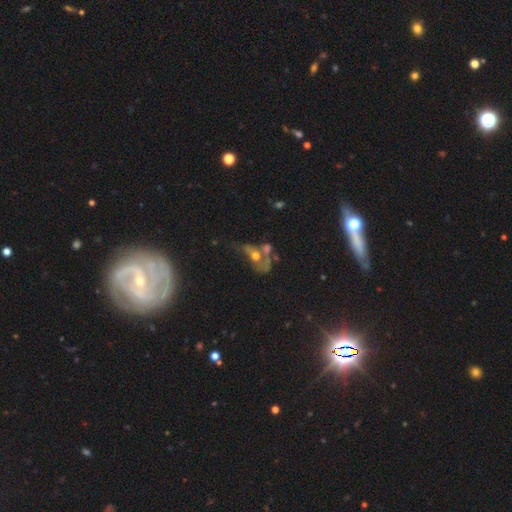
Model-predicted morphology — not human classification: smooth_or_featured: featured or disk (p=0.45) [alt: smooth p=0.40]
merging: merger (p=0.45) [alt: major disturbance p=0.28]